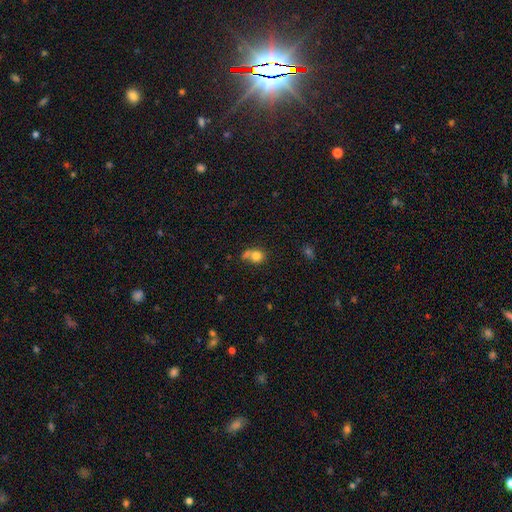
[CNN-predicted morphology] A smooth galaxy with no disk features (78%) that is round (72%). Merging: none (41%).